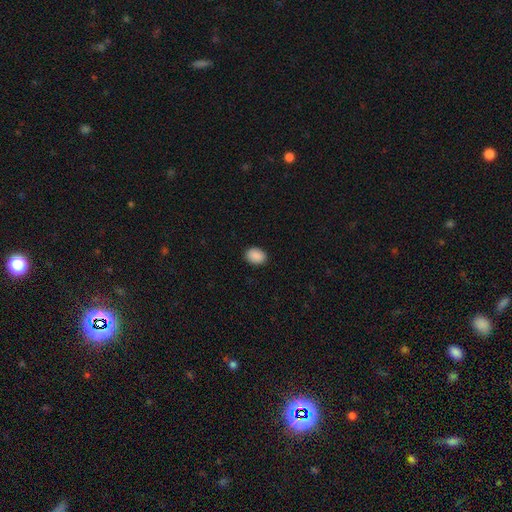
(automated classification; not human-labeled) Morphology: type=smooth (90%); roundness=in between (67%); merging=none (90%).